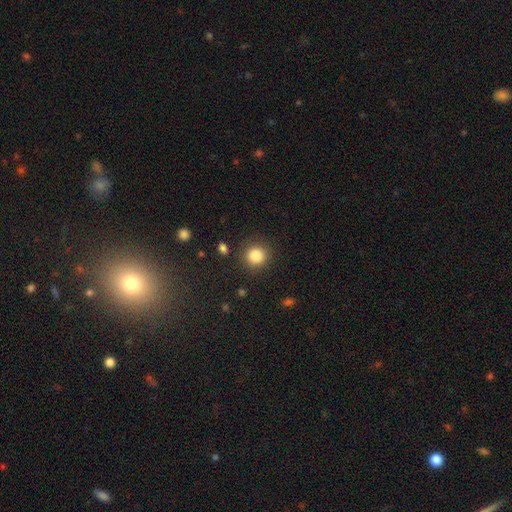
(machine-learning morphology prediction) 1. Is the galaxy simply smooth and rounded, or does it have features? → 85% smooth, 10% star or artifact, 5% featured or disk.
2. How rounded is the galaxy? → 91% round, 8% in between, 1% cigar-shaped.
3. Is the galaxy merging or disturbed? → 87% none, 8% minor disturbance, 3% major disturbance, 2% merger.